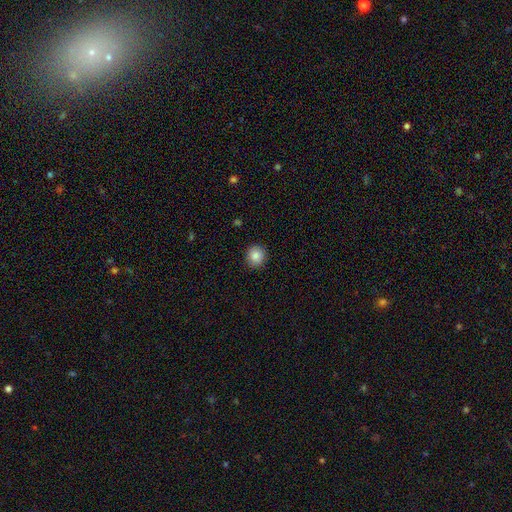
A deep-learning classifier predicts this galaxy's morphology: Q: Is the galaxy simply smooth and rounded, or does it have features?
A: smooth — 85%.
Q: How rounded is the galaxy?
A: round — 89%.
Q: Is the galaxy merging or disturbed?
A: none — 91%.